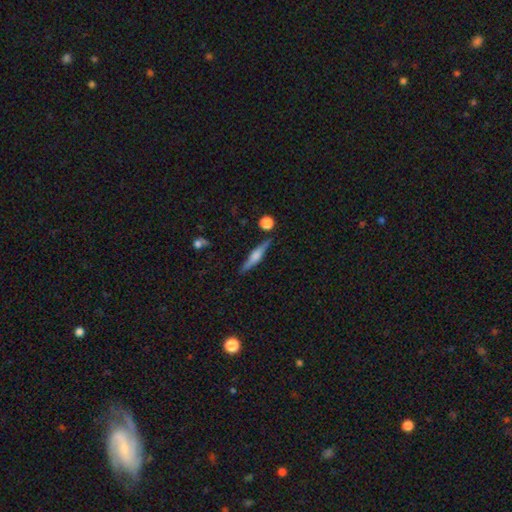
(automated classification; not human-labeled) A featured or disk galaxy (60%) viewed edge-on (97%) with a rounded central bulge (74%).

Vote fractions:
- Smooth or featured? featured or disk: 60% / smooth: 32% / star or artifact: 7%
- Edge-on disk? yes: 97% / no: 3%
- Edge-on bulge? rounded: 74% / boxy: 18% / none: 7%
- Merging? none: 85% / minor disturbance: 9% / merger: 3% / major disturbance: 2%